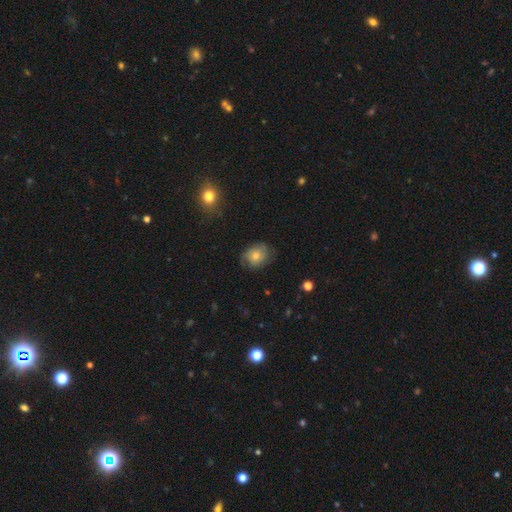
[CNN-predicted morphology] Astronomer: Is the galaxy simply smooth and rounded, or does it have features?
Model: smooth — 56% (runner-up: featured or disk, 33%).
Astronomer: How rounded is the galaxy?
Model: round — 54% (runner-up: in between, 45%).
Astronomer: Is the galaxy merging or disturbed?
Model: none — 67%.